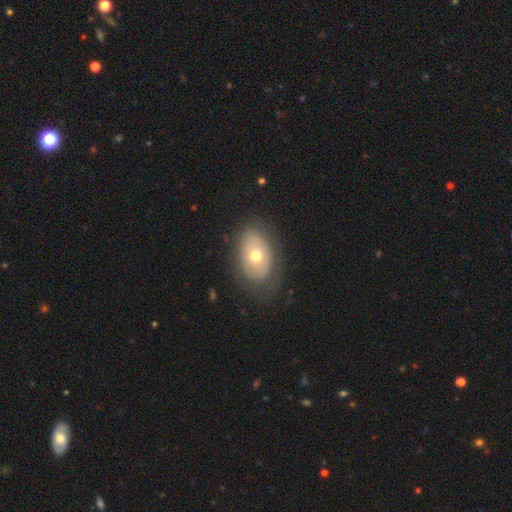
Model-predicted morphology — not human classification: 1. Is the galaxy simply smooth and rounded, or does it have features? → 52% smooth, 40% featured or disk, 8% star or artifact.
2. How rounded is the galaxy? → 81% in between, 18% round, 1% cigar-shaped.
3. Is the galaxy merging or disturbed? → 72% none, 19% minor disturbance, 8% major disturbance, 1% merger.